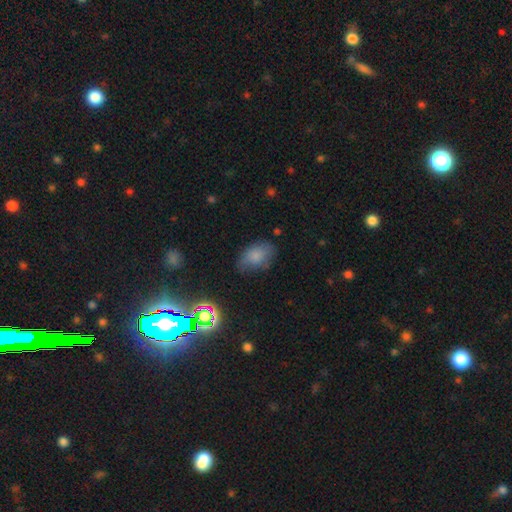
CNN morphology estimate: Overall: smooth (74%). How rounded: in between (87%). Merging: none (60%; minor disturbance 28%).